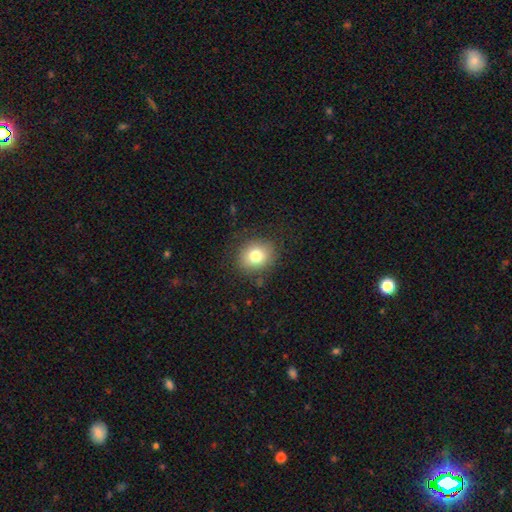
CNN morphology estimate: A smooth galaxy with no disk features (79%) that is round (66%).

Vote fractions:
- Smooth or featured? smooth: 79% / star or artifact: 11% / featured or disk: 11%
- How rounded? round: 66% / in between: 33% / cigar-shaped: 1%
- Merging? none: 85% / minor disturbance: 10% / major disturbance: 4% / merger: 1%